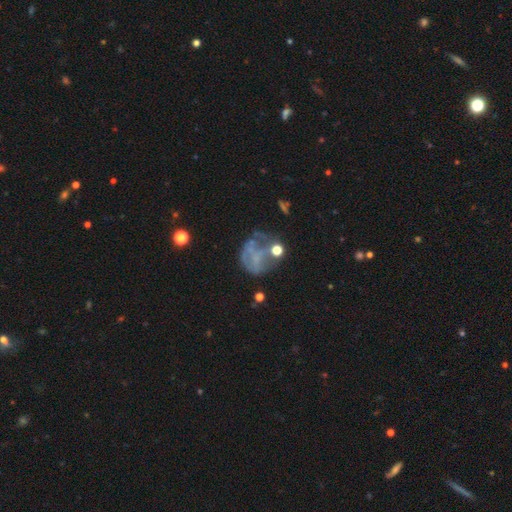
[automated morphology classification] featured or disk 51%, smooth 31%, star or artifact 18%. Down the decision tree: edge-on disk — no (98%); bar — no (84%); spiral arms — no (76%); bulge size — none (73%); merging — major disturbance (36%).